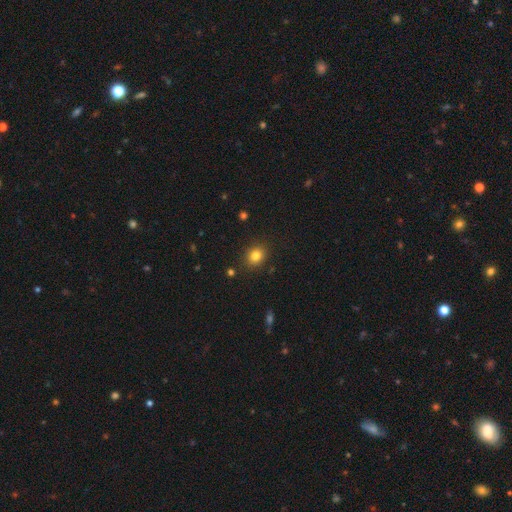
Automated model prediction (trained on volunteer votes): Morphology: type=smooth (81%); roundness=round (67%); merging=none (88%).